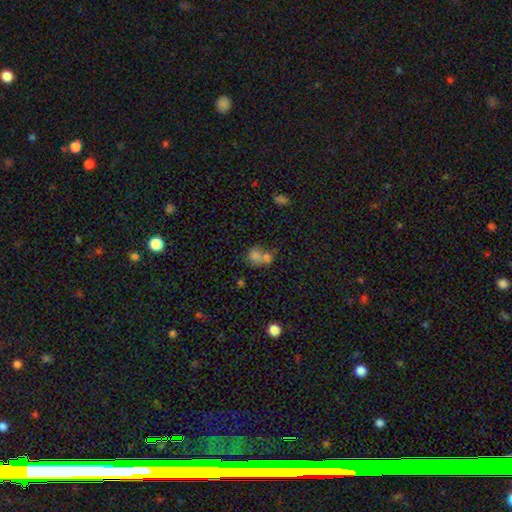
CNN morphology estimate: smooth 72%, featured or disk 15%, star or artifact 13%. Down the decision tree: how rounded — round (54%); merging — merger (62%).